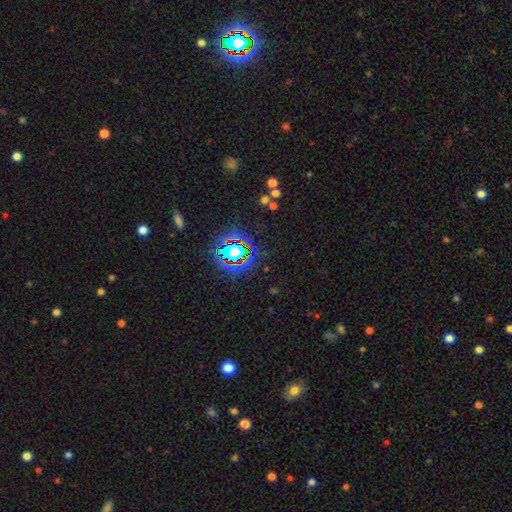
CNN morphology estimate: Smooth or featured? star or artifact (78%)